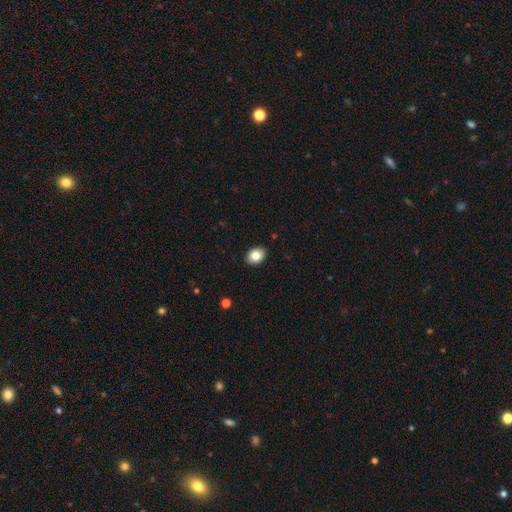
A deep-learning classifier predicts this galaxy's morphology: smooth-or-featured: smooth: 83% | featured or disk: 9% | star or artifact: 8%
  how-rounded: in between: 74% | round: 25% | cigar-shaped: 1%
  merging: none: 90% | minor disturbance: 8% | major disturbance: 2% | merger: 1%